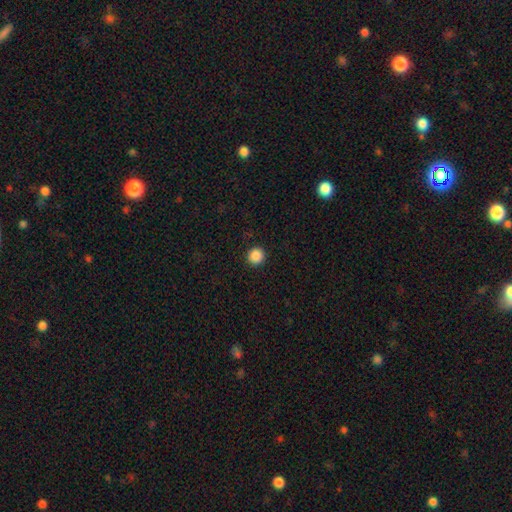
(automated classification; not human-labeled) The model was most divided on "smooth or featured": smooth: 87%, star or artifact: 10%, featured or disk: 3%. More confident: how rounded — round (94%); merging — none (93%).